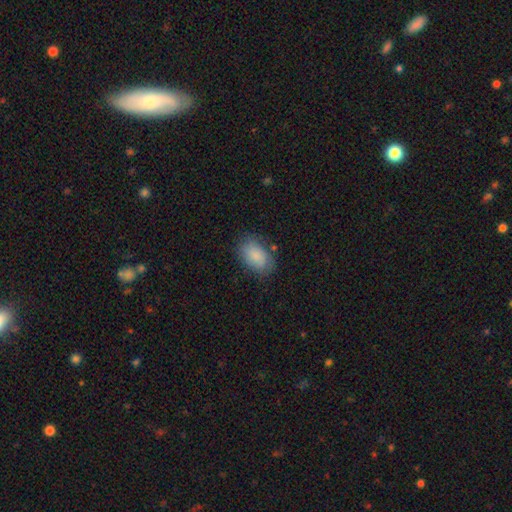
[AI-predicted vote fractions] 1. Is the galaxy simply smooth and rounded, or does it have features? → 85% smooth, 8% featured or disk, 7% star or artifact.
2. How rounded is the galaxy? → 89% in between, 10% round, 1% cigar-shaped.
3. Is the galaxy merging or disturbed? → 76% none, 17% minor disturbance, 5% major disturbance, 2% merger.